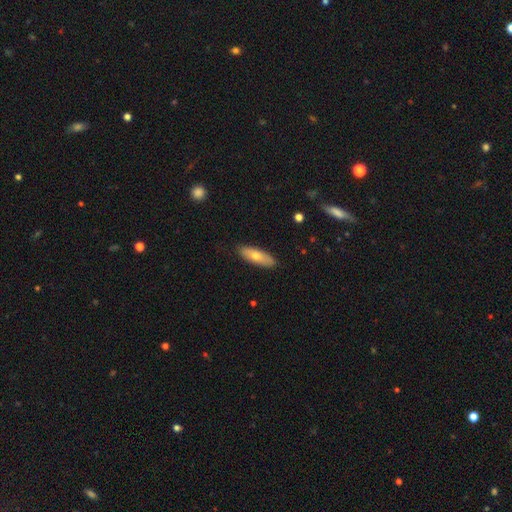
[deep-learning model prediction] A smooth galaxy with no disk features (64%) that is in between round and cigar-shaped (53%). Merging: none (87%).